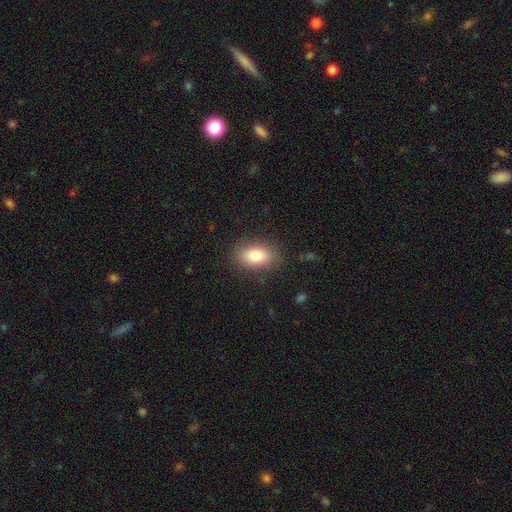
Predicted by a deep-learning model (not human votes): Smooth or featured: smooth — 83% (featured or disk — 10%)
How rounded: in between — 89% (round — 9%)
Merging: none — 85% (minor disturbance — 11%)